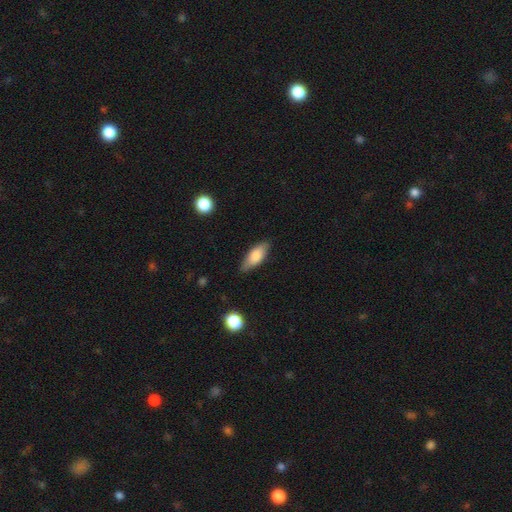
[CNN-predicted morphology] Smooth or featured? Predicted: smooth (p=0.76). How rounded? Predicted: in between (p=0.73). Merging? Predicted: none (p=0.80).